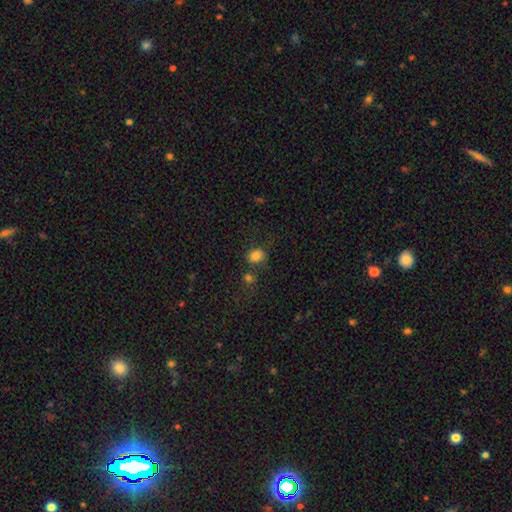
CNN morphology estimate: Smooth or featured? Predicted: smooth (p=0.82). How rounded? Predicted: round (p=0.58). Merging? Predicted: none (p=0.67).